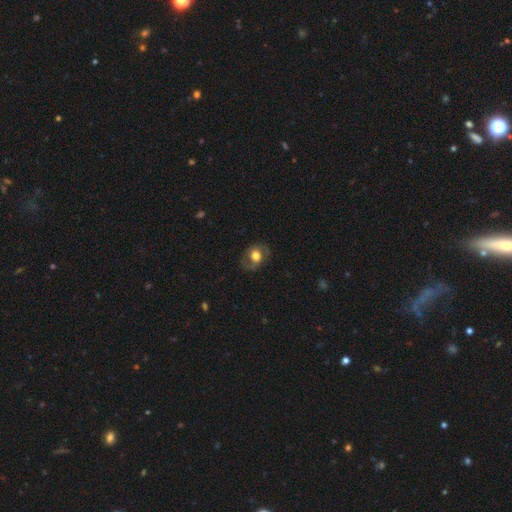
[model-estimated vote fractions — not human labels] The model was most divided on "how rounded": in between: 50%, round: 49%, cigar-shaped: 1%. More confident: merging — none (72%); smooth or featured — smooth (51%).